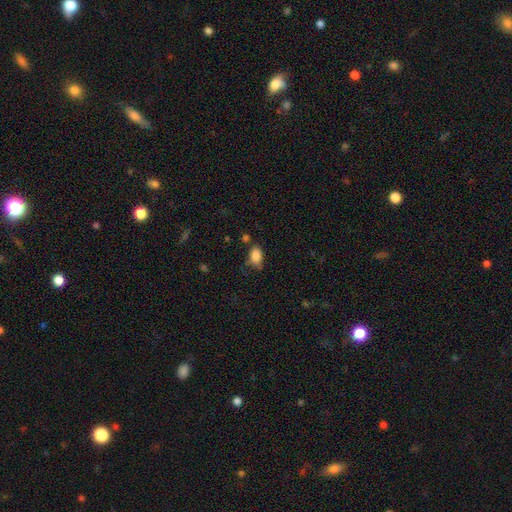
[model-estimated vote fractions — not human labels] Smooth or featured? Predicted: smooth (p=0.86). How rounded? Predicted: in between (p=0.87). Merging? Predicted: none (p=0.61).